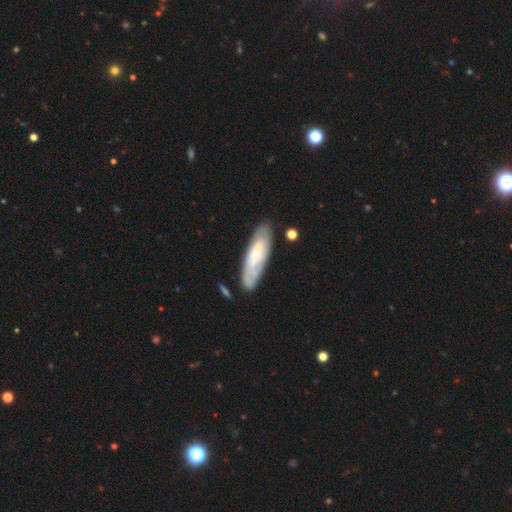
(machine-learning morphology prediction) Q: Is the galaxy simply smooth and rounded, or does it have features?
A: featured or disk — 50%.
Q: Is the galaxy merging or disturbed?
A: none — 74%.